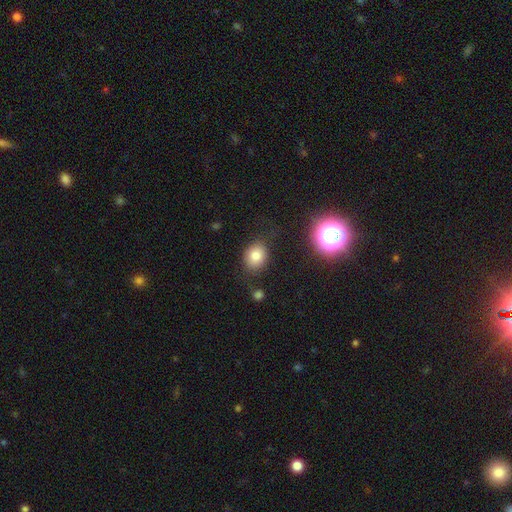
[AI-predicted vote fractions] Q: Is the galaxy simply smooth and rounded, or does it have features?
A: smooth — 79%.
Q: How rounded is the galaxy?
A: round — 52%.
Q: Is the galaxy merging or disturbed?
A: none — 77%.